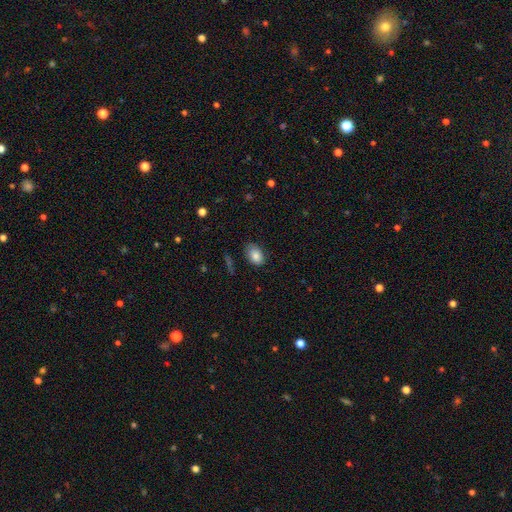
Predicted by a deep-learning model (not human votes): The model was most divided on "merging": none: 73%, minor disturbance: 21%, major disturbance: 4%, merger: 2%. More confident: how rounded — in between (86%); smooth or featured — smooth (84%).